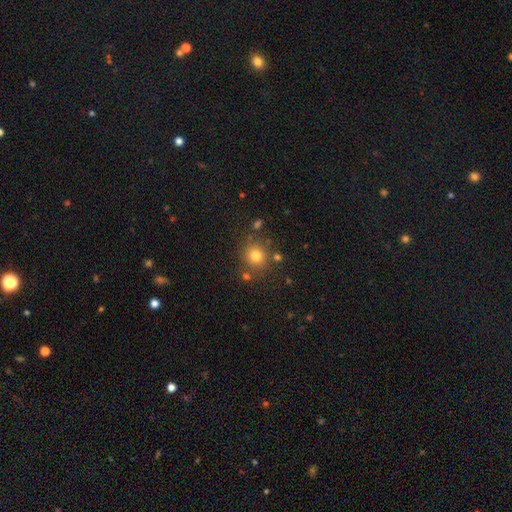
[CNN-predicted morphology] Smooth or featured? smooth (77%)
How rounded? round (86%)
Merging? none (79%)